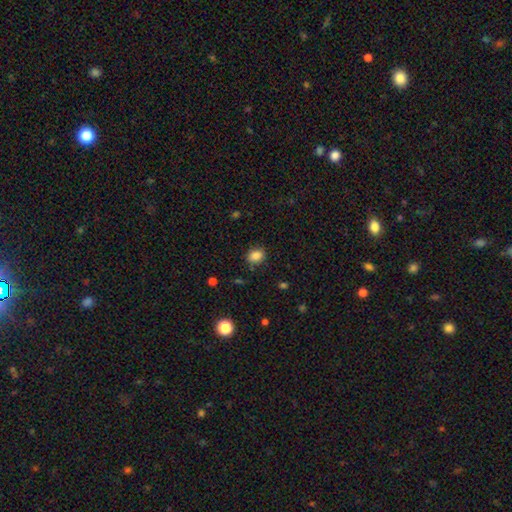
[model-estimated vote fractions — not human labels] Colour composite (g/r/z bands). It shows a smooth galaxy with no disk features (85%) that is in between round and cigar-shaped (55%). Merging: none (82%).